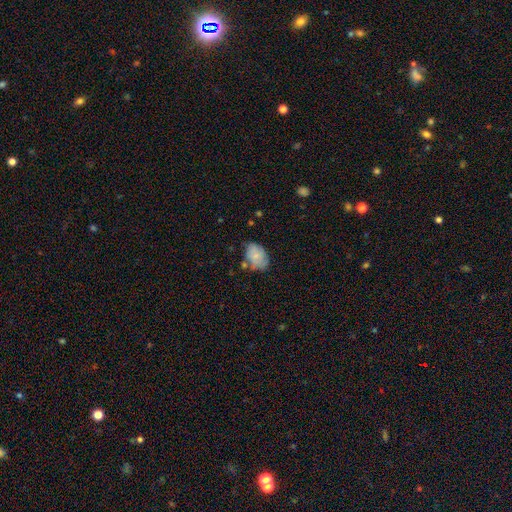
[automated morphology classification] Smooth or featured? smooth (78%)
How rounded? in between (79%)
Merging? none (56%)